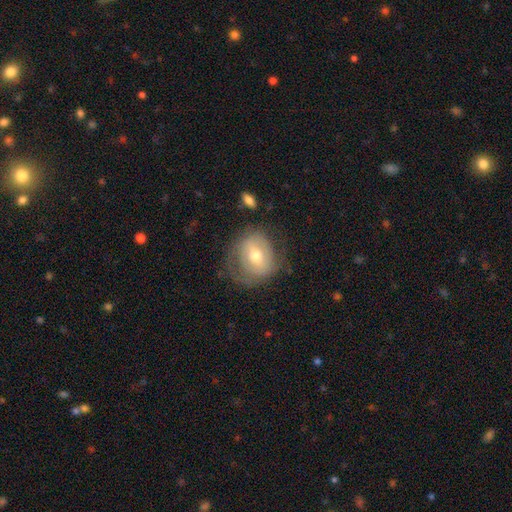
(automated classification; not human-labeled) smooth_or_featured: smooth (p=0.48) [alt: featured or disk p=0.44]
merging: none (p=0.57) [alt: minor disturbance p=0.25]